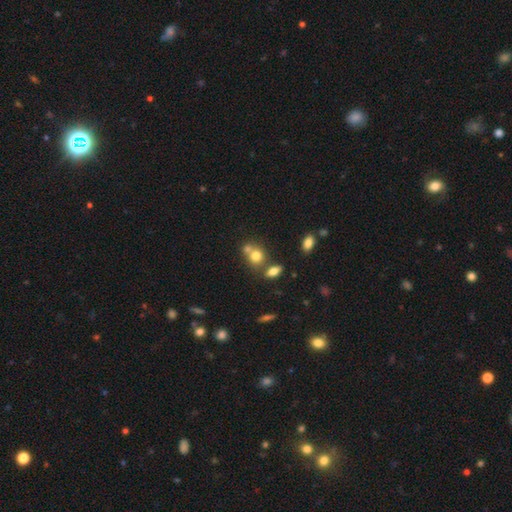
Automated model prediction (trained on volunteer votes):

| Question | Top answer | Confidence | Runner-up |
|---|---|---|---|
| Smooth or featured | smooth | 75% | featured or disk (13%) |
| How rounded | round | 68% | in between (31%) |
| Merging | merger | 46% | none (41%) |